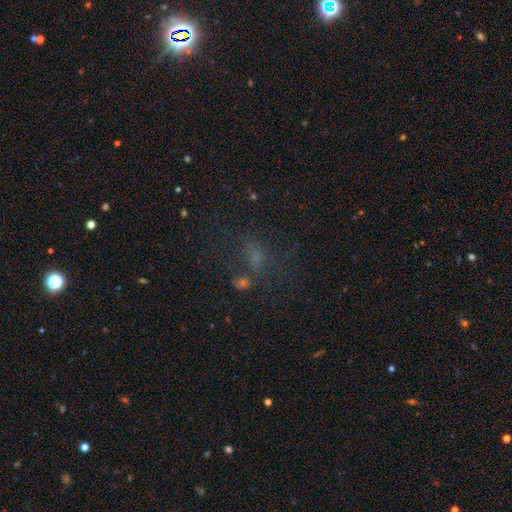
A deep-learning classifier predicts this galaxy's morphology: smooth_or_featured: smooth (p=0.42) [alt: star or artifact p=0.35]
merging: none (p=0.43) [alt: major disturbance p=0.24]